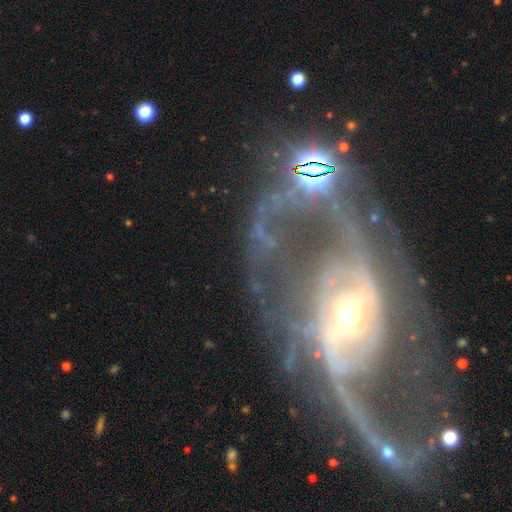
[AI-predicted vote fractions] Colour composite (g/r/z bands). It shows a featured or disk galaxy (86%) with a weak bar (36%), 2 (73%) loose (46%) spiral arms (87%) and a moderate central bulge (50%). Merging: none (40%).